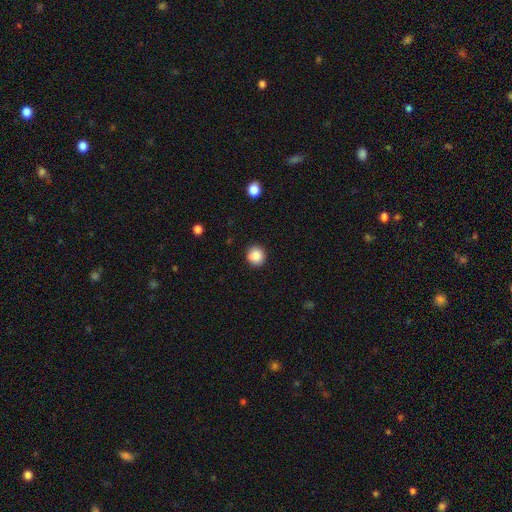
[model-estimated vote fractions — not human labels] This is clearly a smooth galaxy (86%). How rounded: clearly round (91%). Merging: clearly none (87%).